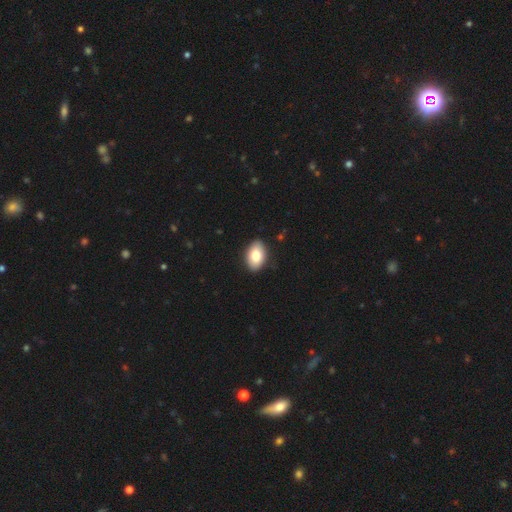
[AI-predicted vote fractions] This is clearly a smooth galaxy (80%). How rounded: clearly in between (91%). Merging: clearly none (89%).